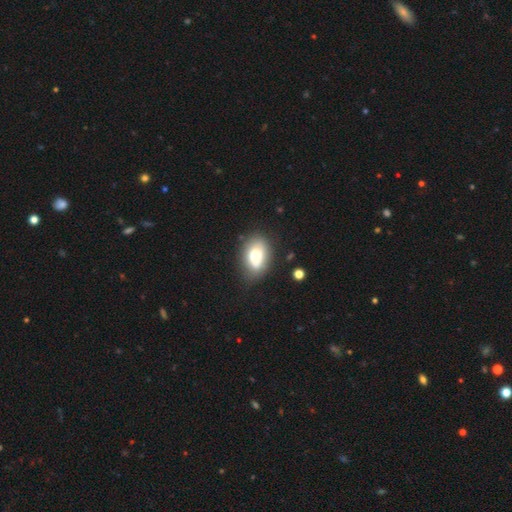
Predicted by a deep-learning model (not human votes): Smooth or featured? Predicted: smooth (p=0.68). How rounded? Predicted: in between (p=0.83). Merging? Predicted: none (p=0.70).